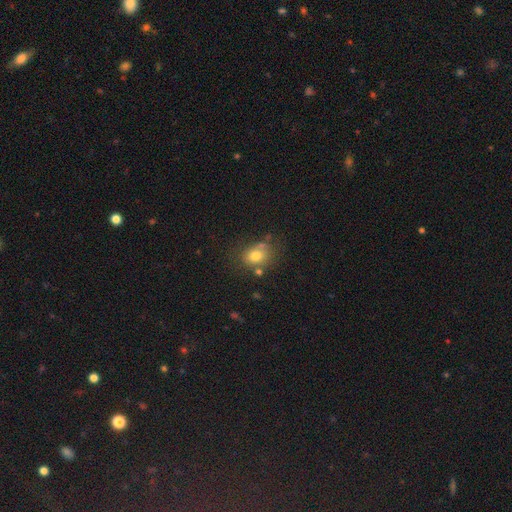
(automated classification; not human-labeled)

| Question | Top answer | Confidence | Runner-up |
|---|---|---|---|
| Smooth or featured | smooth | 75% | featured or disk (14%) |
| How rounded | in between | 56% | round (43%) |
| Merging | none | 57% | minor disturbance (21%) |